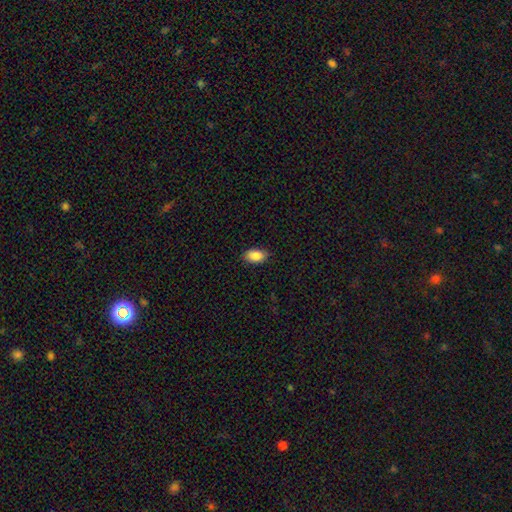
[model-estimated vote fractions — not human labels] A smooth galaxy with no disk features (87%) that is in between round and cigar-shaped (91%).

Vote fractions:
- Smooth or featured? smooth: 87% / star or artifact: 7% / featured or disk: 5%
- How rounded? in between: 91% / round: 7% / cigar-shaped: 2%
- Merging? none: 82% / minor disturbance: 14% / major disturbance: 2% / merger: 1%